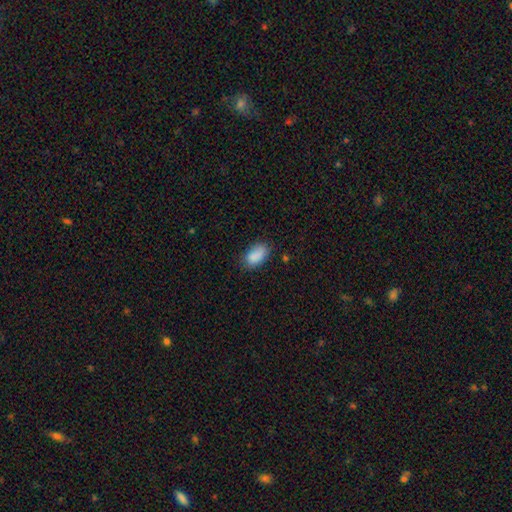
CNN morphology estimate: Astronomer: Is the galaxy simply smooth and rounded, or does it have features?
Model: smooth — 87%.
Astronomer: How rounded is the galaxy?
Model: in between — 93%.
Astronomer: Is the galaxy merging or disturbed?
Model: none — 73%.